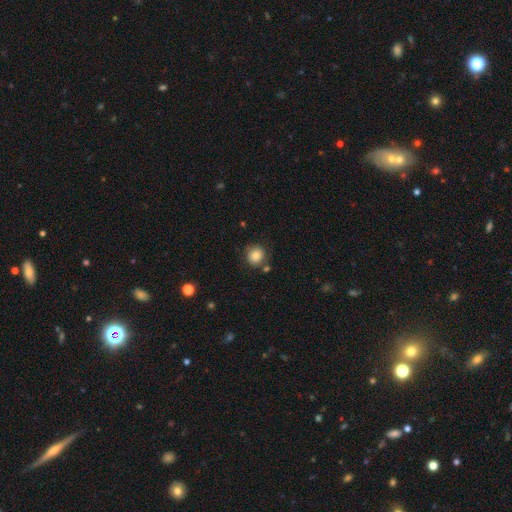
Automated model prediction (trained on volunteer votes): smooth_or_featured: smooth (p=0.83) [alt: star or artifact p=0.10]
how_rounded: round (p=0.88) [alt: in between p=0.11]
merging: none (p=0.80) [alt: minor disturbance p=0.11]